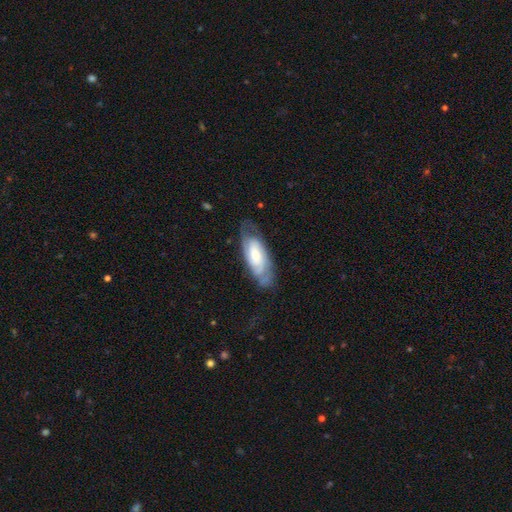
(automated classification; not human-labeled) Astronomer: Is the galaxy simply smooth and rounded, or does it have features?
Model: featured or disk — 63%.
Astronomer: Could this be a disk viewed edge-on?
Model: no — 88%.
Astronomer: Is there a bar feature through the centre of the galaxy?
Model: no — 65%.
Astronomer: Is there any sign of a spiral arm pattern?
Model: yes — 85%.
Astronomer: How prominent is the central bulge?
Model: moderate — 46% (runner-up: small, 37%).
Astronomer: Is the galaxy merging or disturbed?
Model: none — 60%.